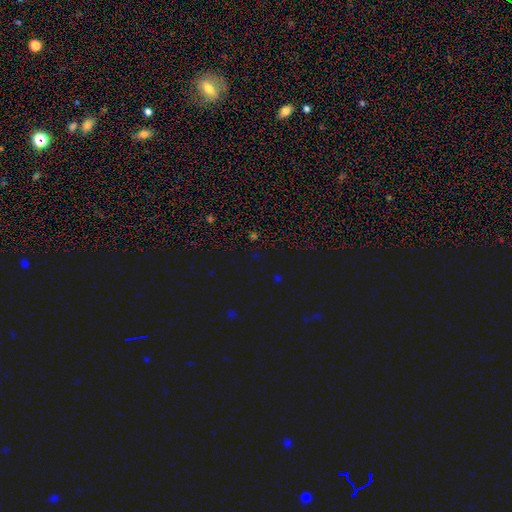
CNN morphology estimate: This is likely a star or artifact rather than a galaxy (66%).